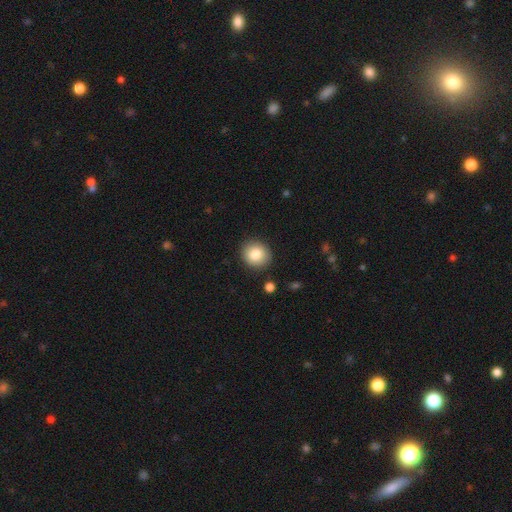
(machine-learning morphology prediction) This is clearly a smooth galaxy (84%). How rounded: clearly round (82%). Merging: clearly none (89%).